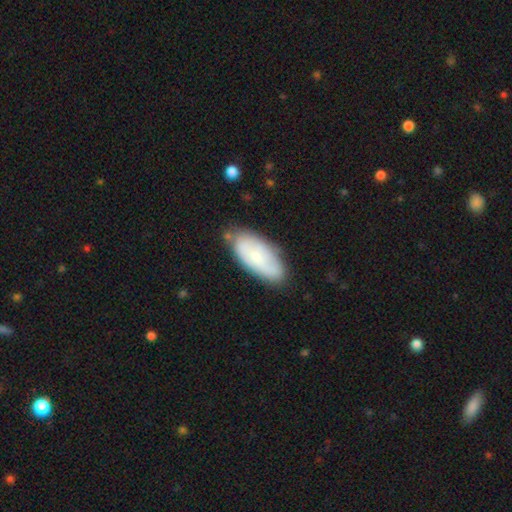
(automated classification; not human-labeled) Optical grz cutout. It shows a smooth galaxy with no disk features (65%) that is in between round and cigar-shaped (88%). Merging: none (73%).